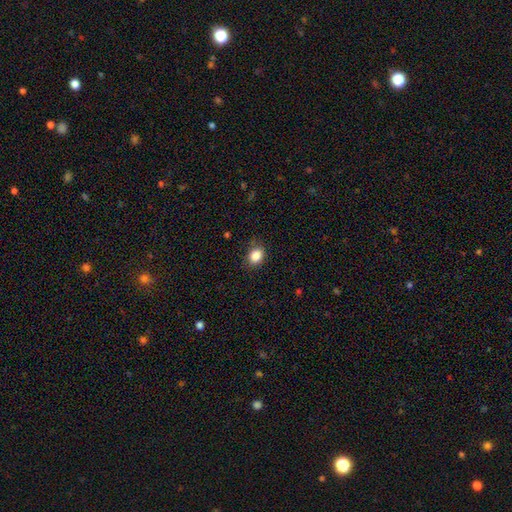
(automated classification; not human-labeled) Smooth or featured? smooth (85%)
How rounded? round (50%)
Merging? none (82%)